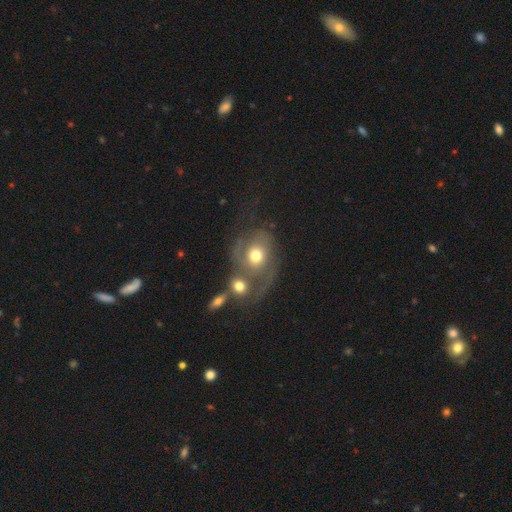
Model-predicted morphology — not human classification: Smooth or featured? featured or disk (51%)
Edge-on disk? no (96%)
Merging? merger (49%)